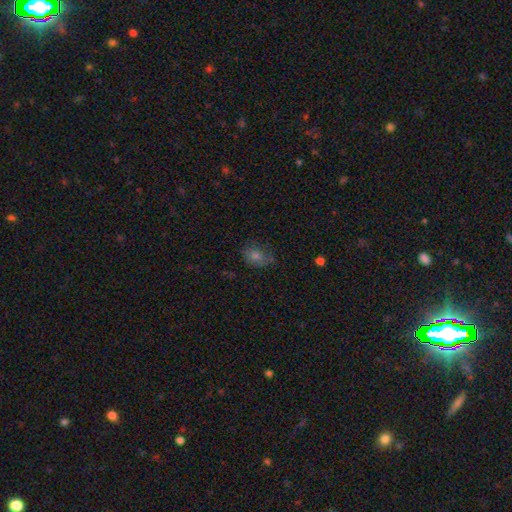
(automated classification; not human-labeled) This is possibly a smooth galaxy (58%). How rounded: likely in between (63%). Merging: likely none (64%).